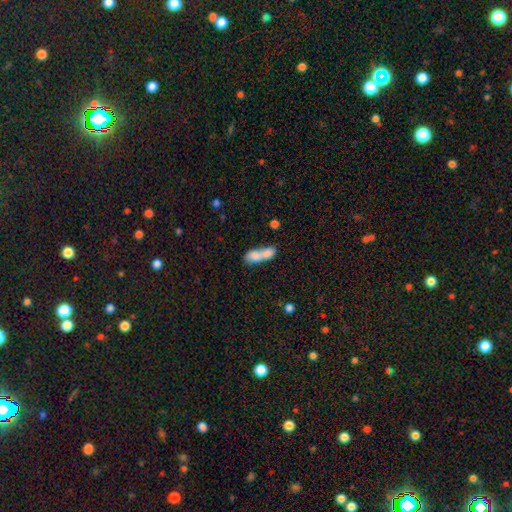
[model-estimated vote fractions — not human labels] smooth 72%, featured or disk 19%, star or artifact 8%. Down the decision tree: how rounded — in between (69%); merging — merger (76%).